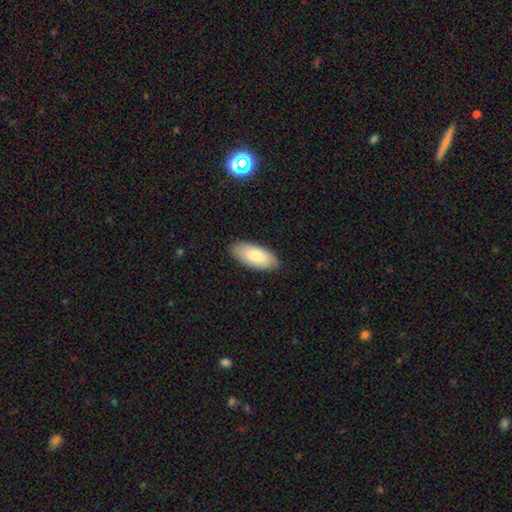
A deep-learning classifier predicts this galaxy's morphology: This appears to be a smooth galaxy with no disk features (81%) that is in between round and cigar-shaped (90%). Merging: none (87%).